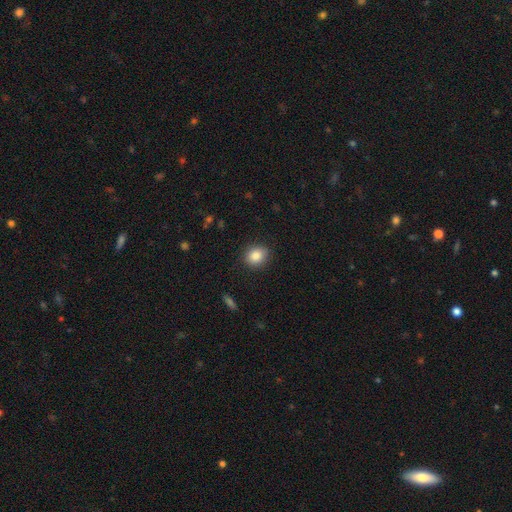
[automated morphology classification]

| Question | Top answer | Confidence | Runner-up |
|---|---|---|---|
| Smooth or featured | smooth | 85% | star or artifact (9%) |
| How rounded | round | 71% | in between (28%) |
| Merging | none | 87% | minor disturbance (10%) |